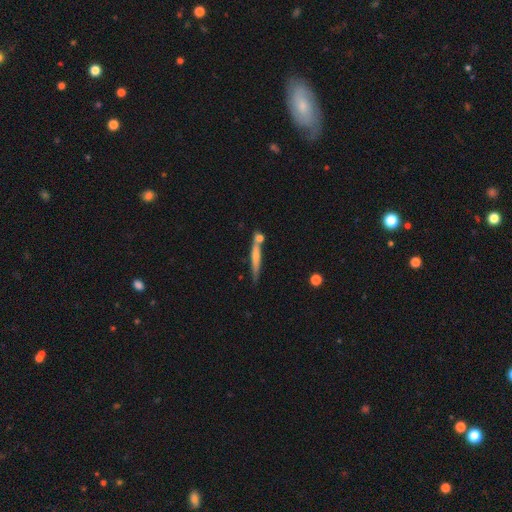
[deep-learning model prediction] Smooth or featured? smooth (54%)
How rounded? cigar-shaped (93%)
Merging? none (67%)